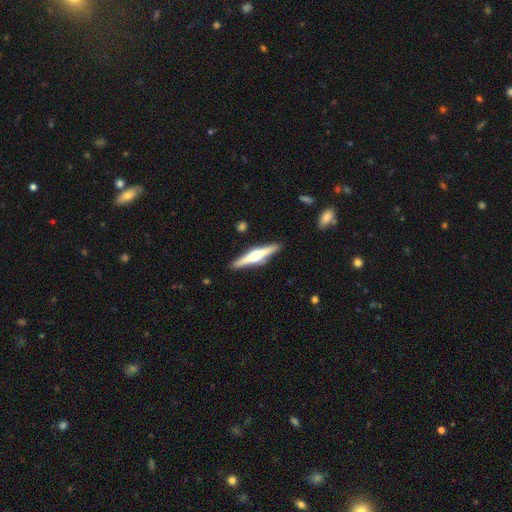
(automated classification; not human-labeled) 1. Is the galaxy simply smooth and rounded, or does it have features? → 72% featured or disk, 24% smooth, 5% star or artifact.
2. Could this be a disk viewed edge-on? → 98% yes, 2% no.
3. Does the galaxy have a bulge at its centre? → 92% rounded, 5% boxy, 3% none.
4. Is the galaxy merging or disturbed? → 90% none, 7% minor disturbance, 2% major disturbance, 1% merger.